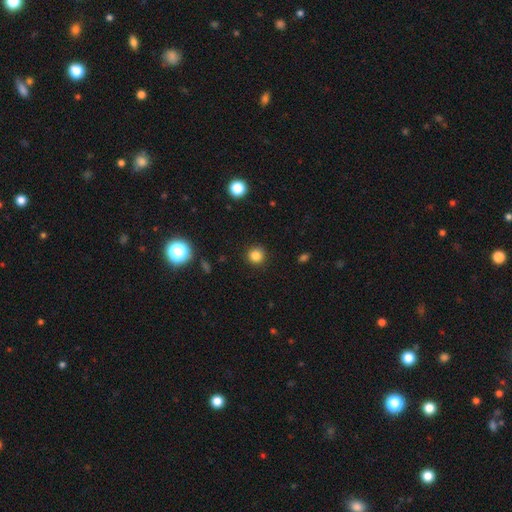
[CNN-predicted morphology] smooth-or-featured: smooth: 83% | star or artifact: 12% | featured or disk: 4%
  how-rounded: round: 93% | in between: 6% | cigar-shaped: 1%
  merging: none: 91% | minor disturbance: 6% | major disturbance: 2% | merger: 1%